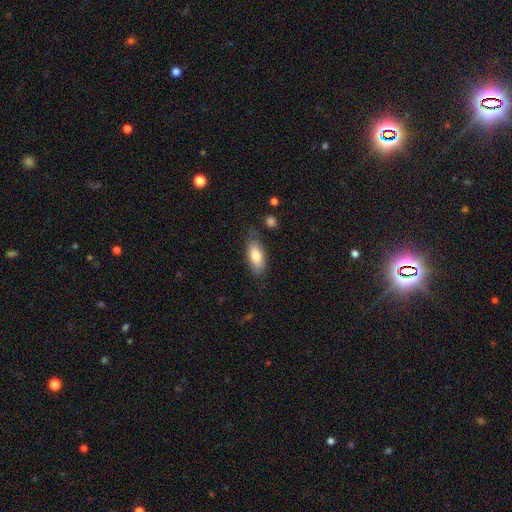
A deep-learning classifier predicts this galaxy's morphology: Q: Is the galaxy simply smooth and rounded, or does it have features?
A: smooth — 79%.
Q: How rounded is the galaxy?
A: in between — 85%.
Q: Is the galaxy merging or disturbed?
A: none — 72%.